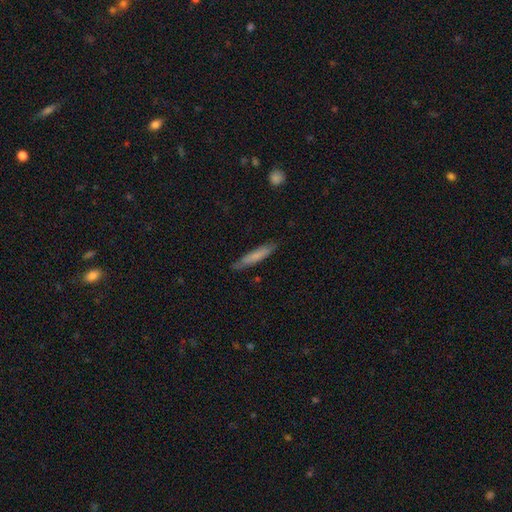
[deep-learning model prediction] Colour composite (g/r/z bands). It shows a smooth galaxy with no disk features (72%) that is cigar-shaped (92%). Merging: none (83%).